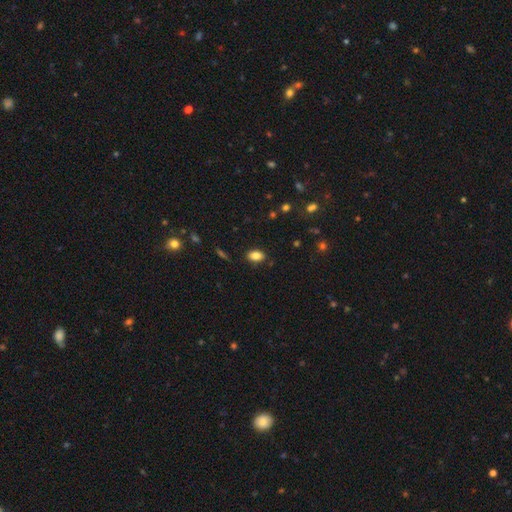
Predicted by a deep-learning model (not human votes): Smooth or featured?
  - smooth: 83% *
  - star or artifact: 10%
  - featured or disk: 7%
How rounded?
  - in between: 88% *
  - round: 10%
  - cigar-shaped: 2%
Merging?
  - none: 86% *
  - minor disturbance: 11%
  - major disturbance: 2%
  - merger: 1%